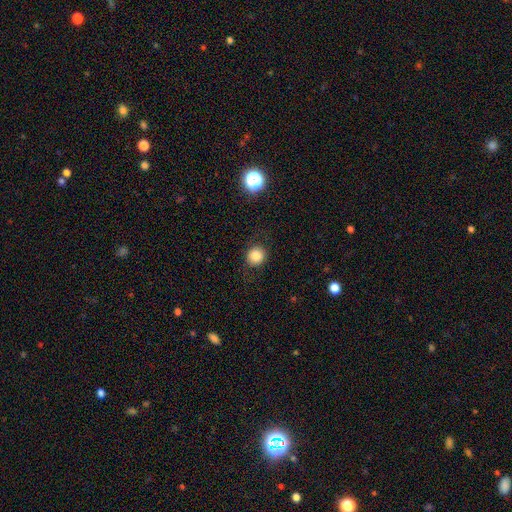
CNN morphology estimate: Smooth or featured? smooth (81%)
How rounded? round (89%)
Merging? none (87%)